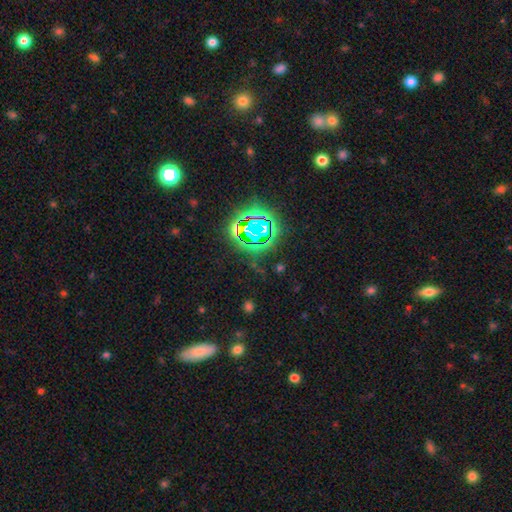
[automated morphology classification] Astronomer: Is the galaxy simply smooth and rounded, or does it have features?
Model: star or artifact — 76%.